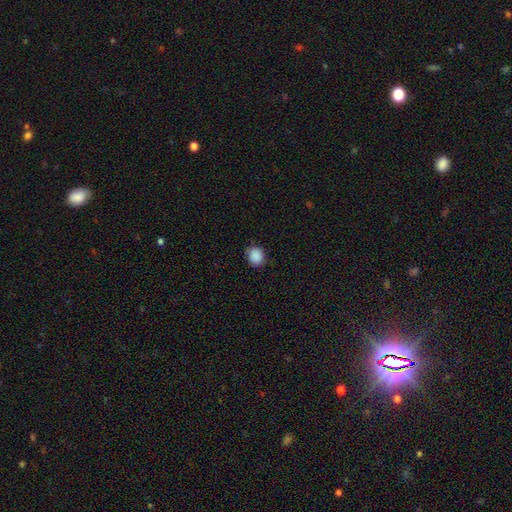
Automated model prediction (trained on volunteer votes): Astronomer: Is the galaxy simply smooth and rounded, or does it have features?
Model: smooth — 89%.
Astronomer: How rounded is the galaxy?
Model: round — 72%.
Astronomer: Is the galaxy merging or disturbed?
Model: none — 84%.